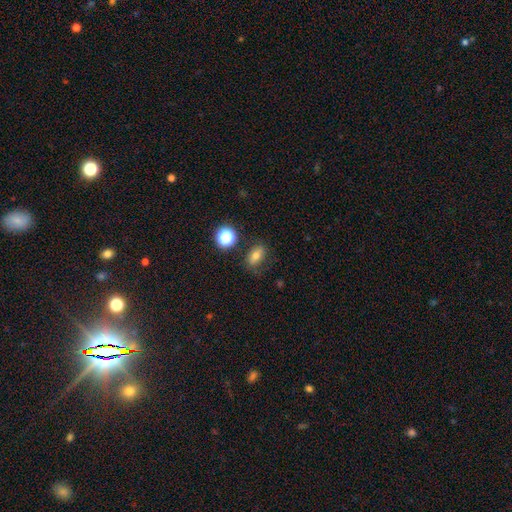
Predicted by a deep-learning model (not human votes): smooth_or_featured: smooth (p=0.72) [alt: star or artifact p=0.15]
how_rounded: in between (p=0.78) [alt: round p=0.18]
merging: none (p=0.76) [alt: minor disturbance p=0.16]